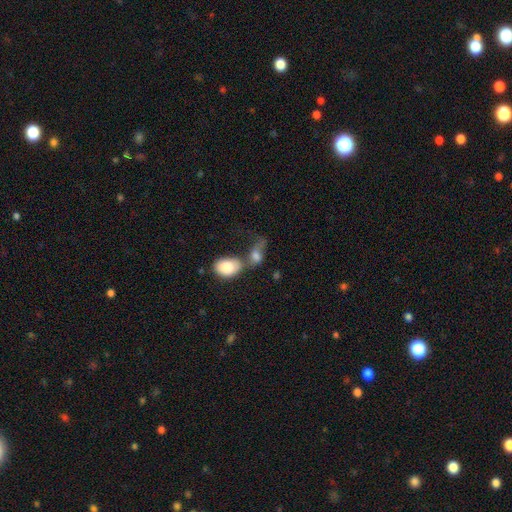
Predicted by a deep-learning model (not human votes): Morphology: type=smooth (71%); roundness=in between (75%); merging=merger (55%).